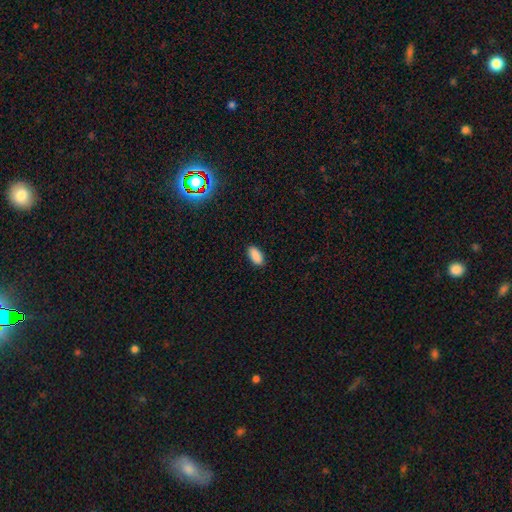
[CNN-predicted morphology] A smooth galaxy with no disk features (89%) that is in between round and cigar-shaped (93%).

Vote fractions:
- Smooth or featured? smooth: 89% / star or artifact: 8% / featured or disk: 3%
- How rounded? in between: 93% / cigar-shaped: 5% / round: 3%
- Merging? none: 89% / minor disturbance: 9% / major disturbance: 2% / merger: 1%